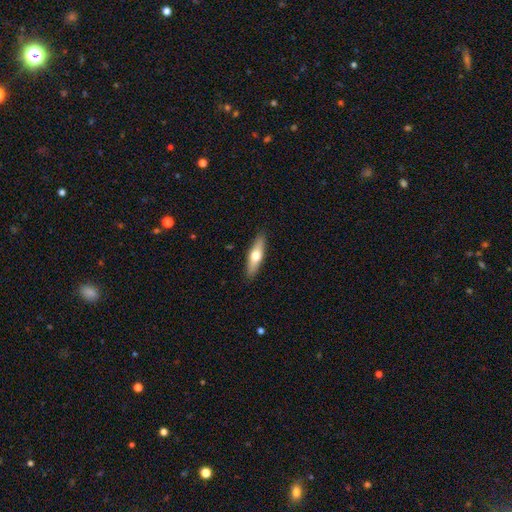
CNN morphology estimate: Smooth or featured? Predicted: smooth (p=0.53). How rounded? Predicted: cigar-shaped (p=0.67). Merging? Predicted: none (p=0.90).